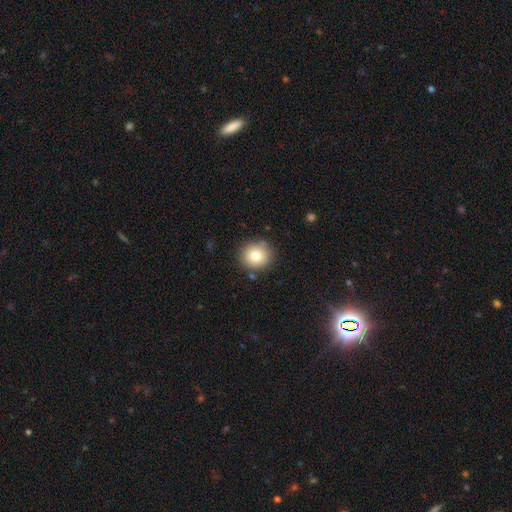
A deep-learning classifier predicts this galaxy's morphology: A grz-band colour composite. It shows a smooth galaxy with no disk features (80%) that is round (87%). Merging: none (86%).